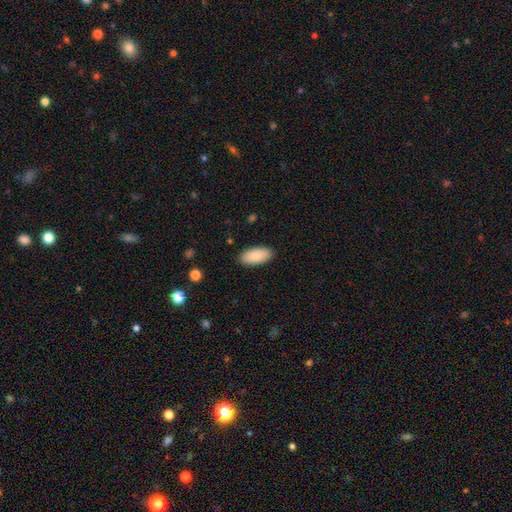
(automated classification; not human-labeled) Smooth or featured? smooth (89%)
How rounded? in between (91%)
Merging? none (89%)